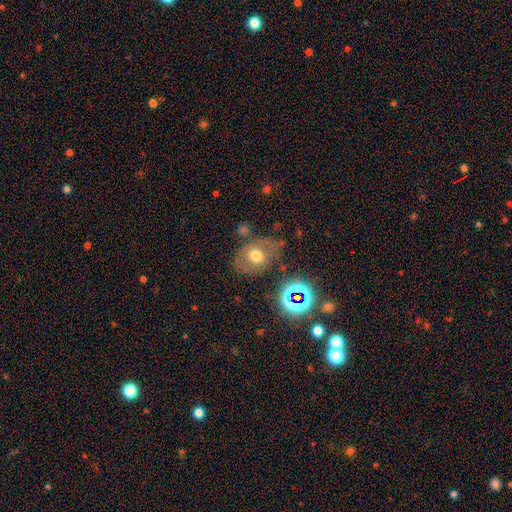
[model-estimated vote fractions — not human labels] A smooth galaxy with no disk features (55%) that is in between round and cigar-shaped (60%).

Vote fractions:
- Smooth or featured? smooth: 55% / featured or disk: 29% / star or artifact: 16%
- How rounded? in between: 60% / round: 39% / cigar-shaped: 1%
- Merging? none: 67% / minor disturbance: 19% / major disturbance: 9% / merger: 5%